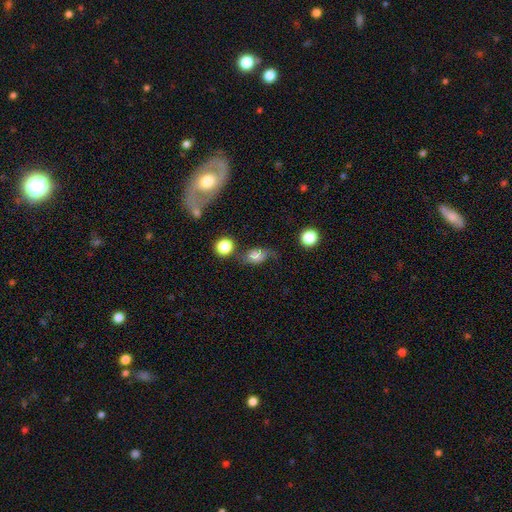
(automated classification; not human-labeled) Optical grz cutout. It shows a smooth galaxy with no disk features (63%) that is in between round and cigar-shaped (68%). Merging: none (41%).